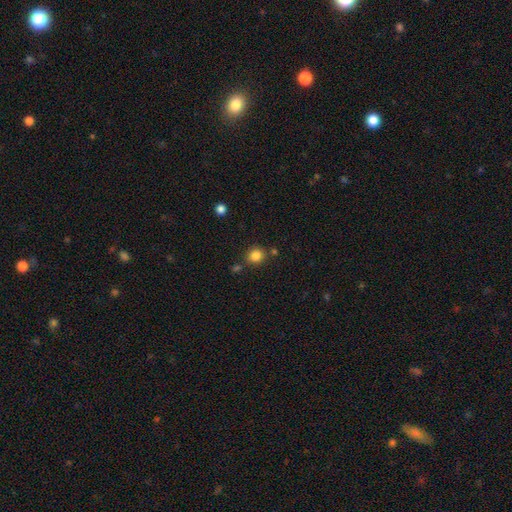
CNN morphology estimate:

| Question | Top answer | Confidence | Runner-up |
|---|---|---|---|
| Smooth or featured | smooth | 84% | star or artifact (11%) |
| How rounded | round | 87% | in between (12%) |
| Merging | none | 79% | minor disturbance (10%) |